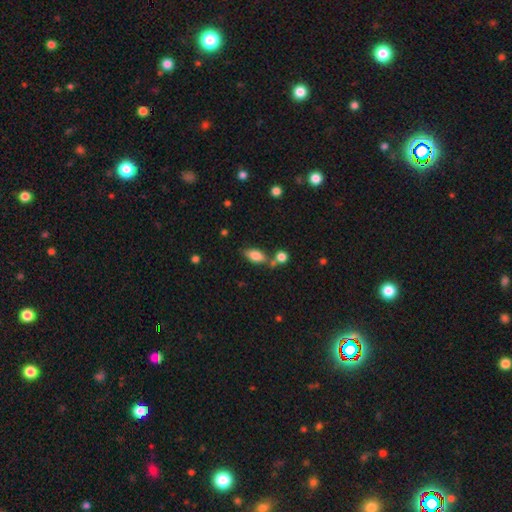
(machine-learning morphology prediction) This is likely a smooth galaxy (78%). How rounded: clearly in between (84%). Merging: likely none (65%).